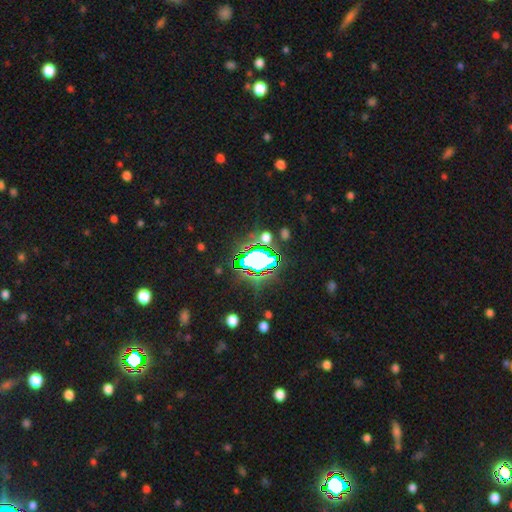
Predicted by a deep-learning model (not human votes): The model was most divided on "smooth or featured": star or artifact: 63%, smooth: 24%, featured or disk: 13%.